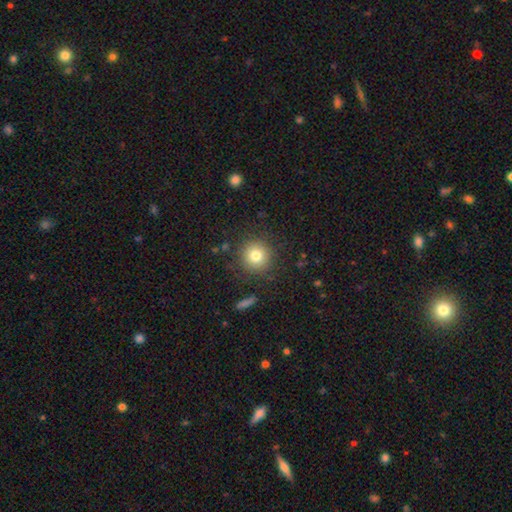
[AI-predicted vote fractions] A smooth galaxy with no disk features (79%) that is round (94%). Merging: none (88%).